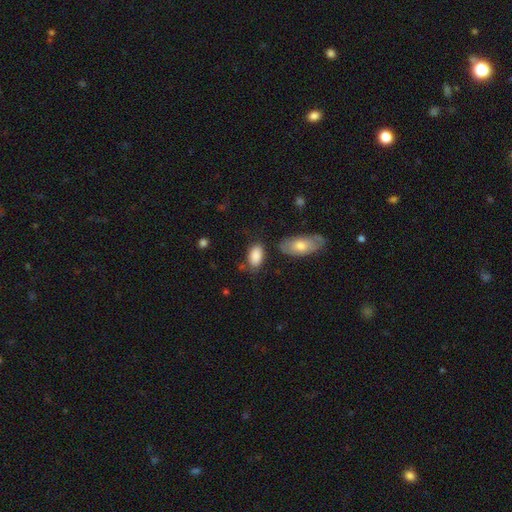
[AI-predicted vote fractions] smooth 87%, featured or disk 6%, star or artifact 6%. Down the decision tree: how rounded — in between (93%); merging — none (67%).